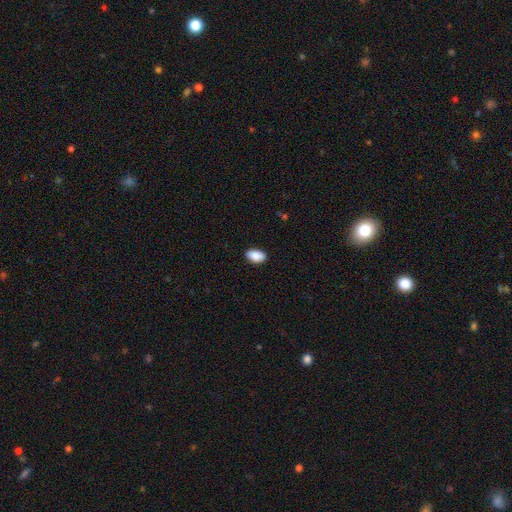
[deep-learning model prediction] Morphology: type=smooth (89%); roundness=in between (94%); merging=none (88%).